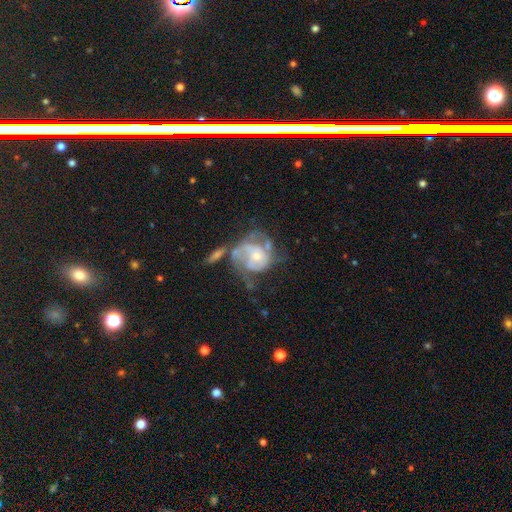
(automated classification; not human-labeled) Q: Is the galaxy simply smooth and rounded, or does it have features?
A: featured or disk — 71%.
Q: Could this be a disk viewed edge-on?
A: no — 98%.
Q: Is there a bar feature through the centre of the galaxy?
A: no — 76%.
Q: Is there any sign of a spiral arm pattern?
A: yes — 73%.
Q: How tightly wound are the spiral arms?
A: tight — 45%.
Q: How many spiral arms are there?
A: can't tell — 39%.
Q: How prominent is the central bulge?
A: small — 64%.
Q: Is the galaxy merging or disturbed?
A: major disturbance — 31%.